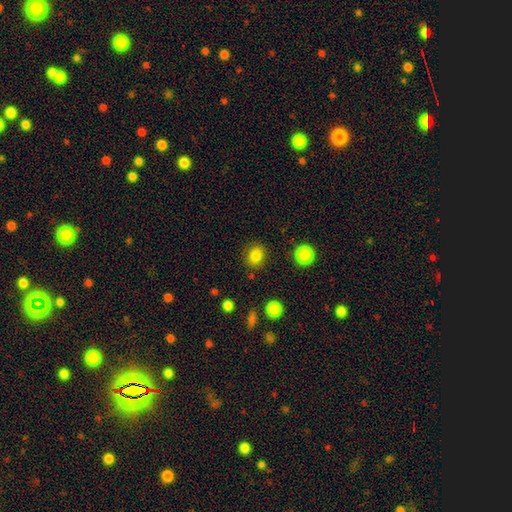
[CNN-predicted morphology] smooth 84%, star or artifact 11%, featured or disk 5%. Down the decision tree: how rounded — round (66%); merging — none (85%).